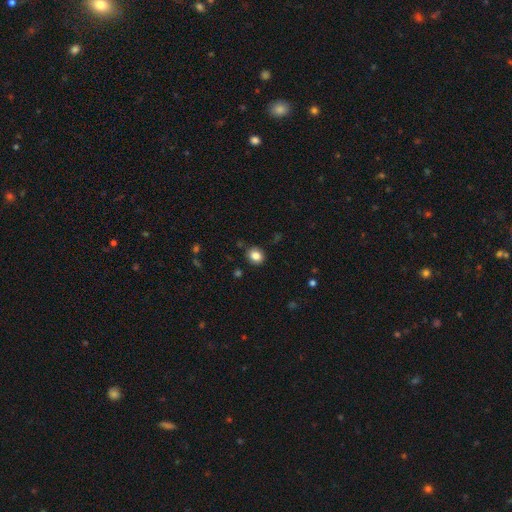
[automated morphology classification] Q: Smooth or featured?
A: smooth (84%); runner-up: star or artifact (10%)
Q: How rounded?
A: round (66%); runner-up: in between (33%)
Q: Merging?
A: none (87%); runner-up: minor disturbance (9%)